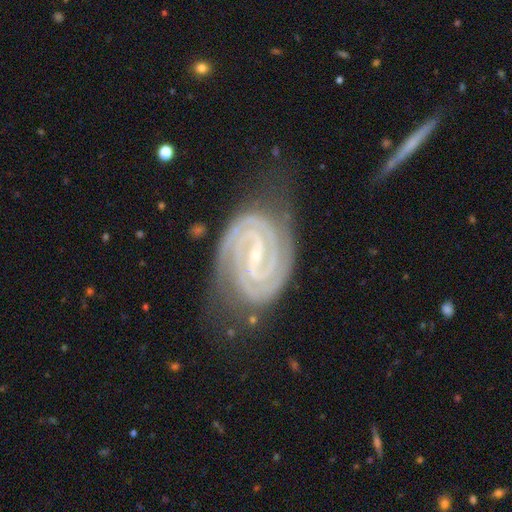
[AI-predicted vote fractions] Q: Smooth or featured?
A: featured or disk (93%); runner-up: star or artifact (4%)
Q: Edge-on disk?
A: no (98%); runner-up: yes (2%)
Q: Bar?
A: strong (47%); runner-up: weak (40%)
Q: Spiral arms?
A: yes (99%); runner-up: no (1%)
Q: Spiral winding?
A: tight (79%); runner-up: medium (18%)
Q: Spiral arm count?
A: 2 (81%); runner-up: 3 (7%)
Q: Bulge size?
A: small (79%); runner-up: moderate (16%)
Q: Merging?
A: none (70%); runner-up: minor disturbance (20%)